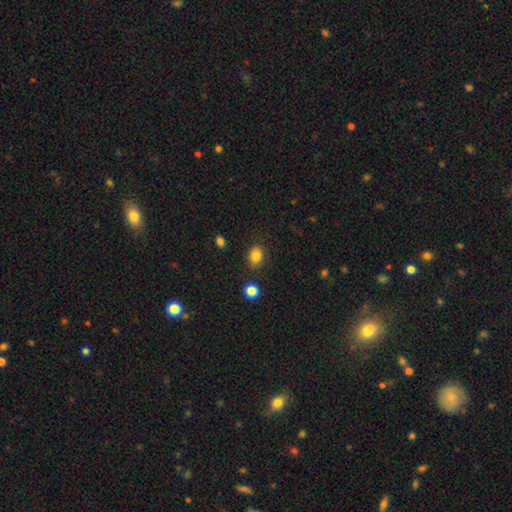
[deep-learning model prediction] This appears to be a smooth galaxy with no disk features (84%) that is in between round and cigar-shaped (54%). Merging: none (84%).